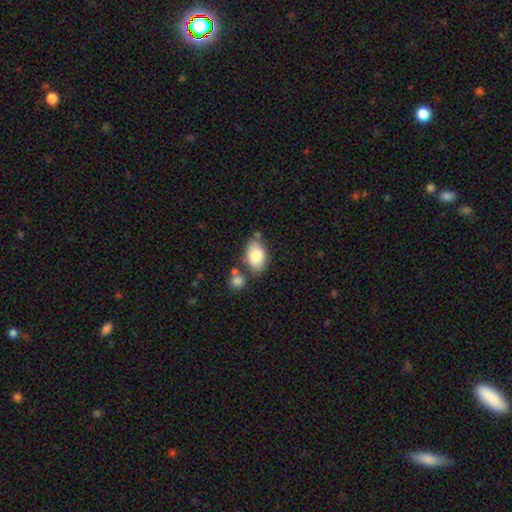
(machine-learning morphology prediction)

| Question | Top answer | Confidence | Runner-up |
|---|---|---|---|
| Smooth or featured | smooth | 81% | featured or disk (12%) |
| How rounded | in between | 91% | round (7%) |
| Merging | none | 60% | minor disturbance (19%) |